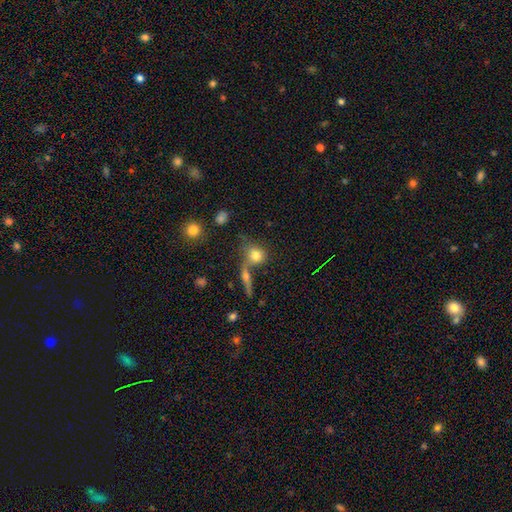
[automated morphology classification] The model was most divided on "merging": none: 47%, merger: 35%, minor disturbance: 11%, major disturbance: 7%. More confident: smooth or featured — smooth (77%); how rounded — round (73%).